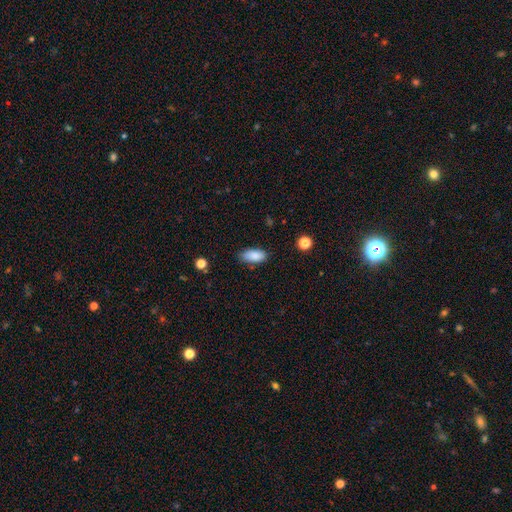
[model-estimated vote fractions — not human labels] Morphology: type=smooth (87%); roundness=in between (88%); merging=none (77%).